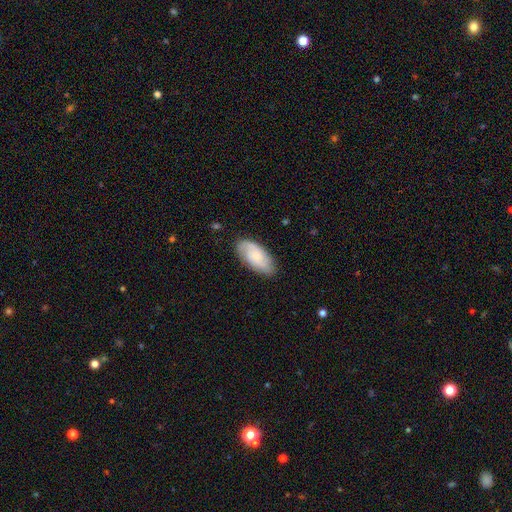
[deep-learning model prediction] This is possibly a smooth galaxy (49%). Merging: likely none (79%).